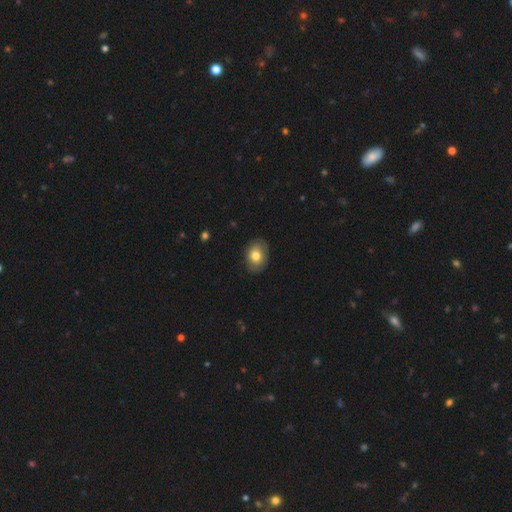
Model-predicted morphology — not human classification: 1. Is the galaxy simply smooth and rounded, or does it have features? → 76% smooth, 17% featured or disk, 7% star or artifact.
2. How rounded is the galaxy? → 74% in between, 25% round, 1% cigar-shaped.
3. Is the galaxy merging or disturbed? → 85% none, 12% minor disturbance, 3% major disturbance, 1% merger.